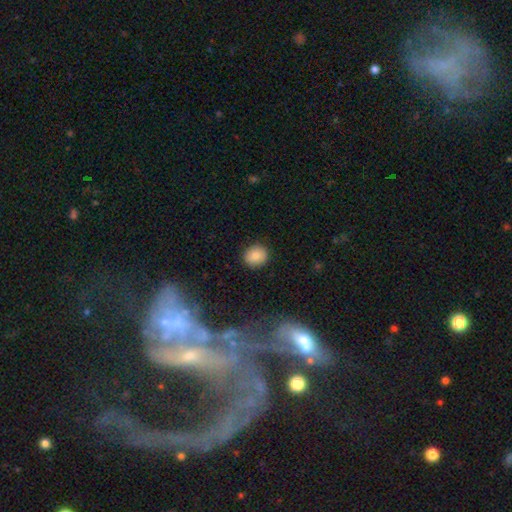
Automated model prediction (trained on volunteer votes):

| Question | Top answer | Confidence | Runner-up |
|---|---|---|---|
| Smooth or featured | smooth | 83% | star or artifact (9%) |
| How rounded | round | 83% | in between (16%) |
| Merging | none | 89% | minor disturbance (8%) |